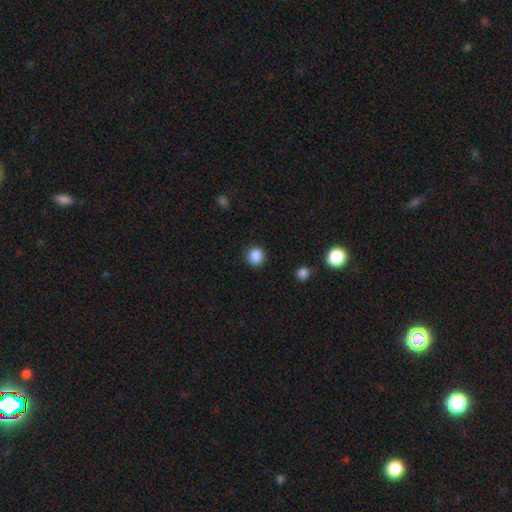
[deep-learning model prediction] Smooth or featured? smooth (87%)
How rounded? round (92%)
Merging? none (90%)